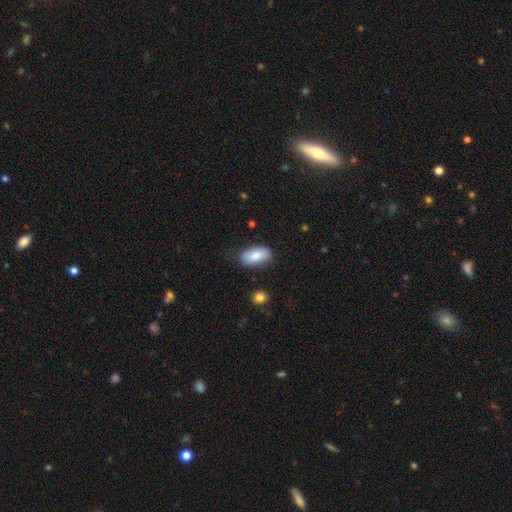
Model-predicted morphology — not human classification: Smooth or featured? Predicted: smooth (p=0.83). How rounded? Predicted: in between (p=0.92). Merging? Predicted: none (p=0.79).